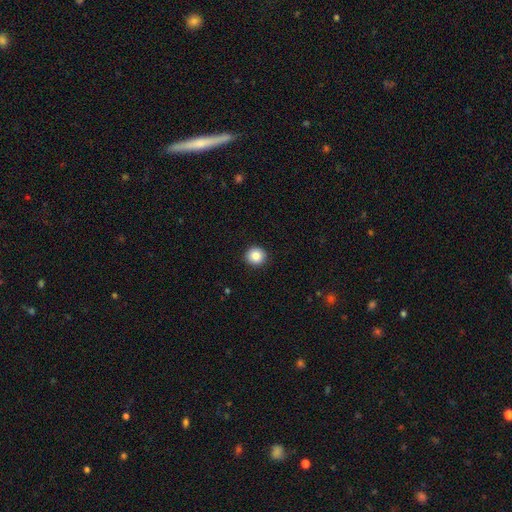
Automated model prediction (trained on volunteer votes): The model was most divided on "smooth or featured": smooth: 86%, star or artifact: 9%, featured or disk: 5%. More confident: merging — none (92%); how rounded — round (90%).